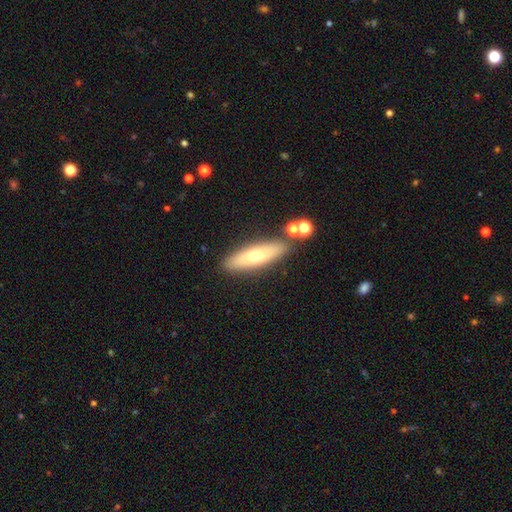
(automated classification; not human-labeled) Overall: smooth (57%; featured or disk 35%). How rounded: cigar-shaped (69%; in between 29%). Merging: none (83%).